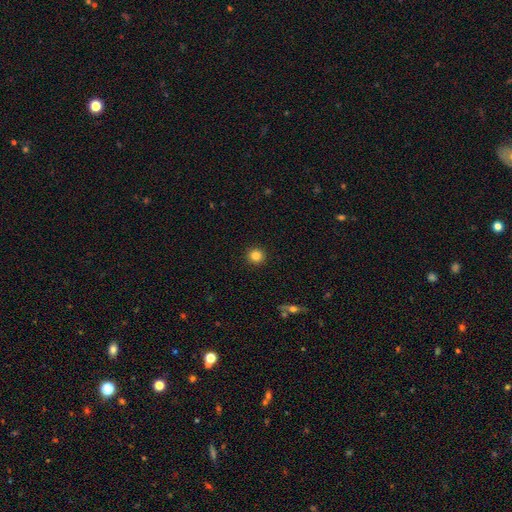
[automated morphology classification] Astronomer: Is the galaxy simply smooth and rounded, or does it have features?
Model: smooth — 82%.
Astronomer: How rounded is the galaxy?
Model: round — 95%.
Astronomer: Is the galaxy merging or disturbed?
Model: none — 93%.